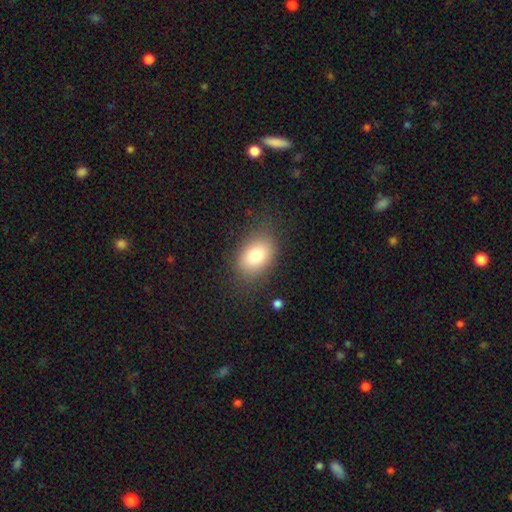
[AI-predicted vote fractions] This appears to be a smooth galaxy with no disk features (78%) that is in between round and cigar-shaped (75%). Merging: none (79%).